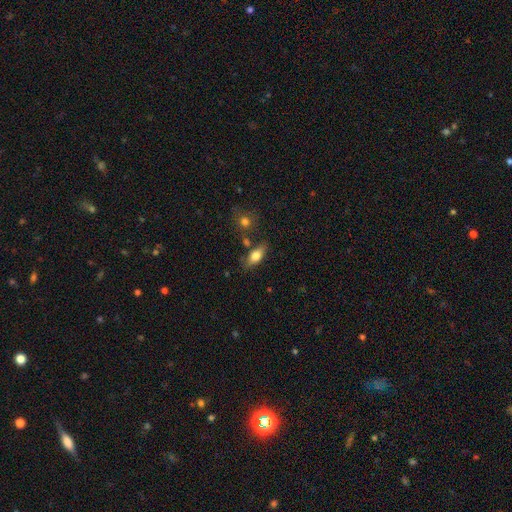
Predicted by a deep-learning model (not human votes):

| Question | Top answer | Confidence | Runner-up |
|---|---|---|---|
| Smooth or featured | smooth | 73% | featured or disk (20%) |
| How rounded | in between | 80% | cigar-shaped (15%) |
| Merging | none | 71% | minor disturbance (16%) |